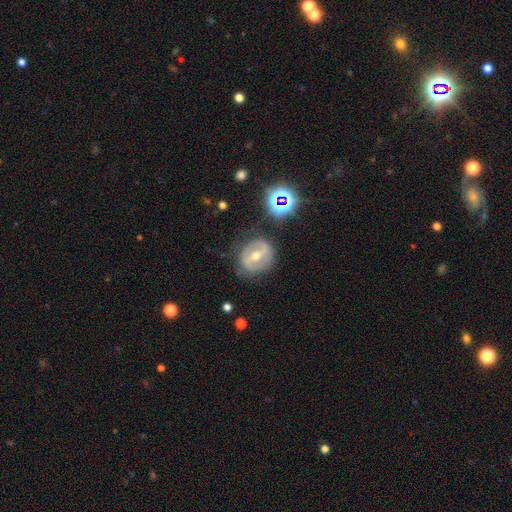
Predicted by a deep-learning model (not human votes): smooth_or_featured: featured or disk (p=0.66) [alt: smooth p=0.24]
disk_edge_on: no (p=0.95) [alt: yes p=0.05]
bar: strong (p=0.45) [alt: weak p=0.35]
has_spiral_arms: no (p=0.57) [alt: yes p=0.43]
bulge_size: moderate (p=0.69) [alt: small p=0.26]
merging: none (p=0.76) [alt: minor disturbance p=0.15]